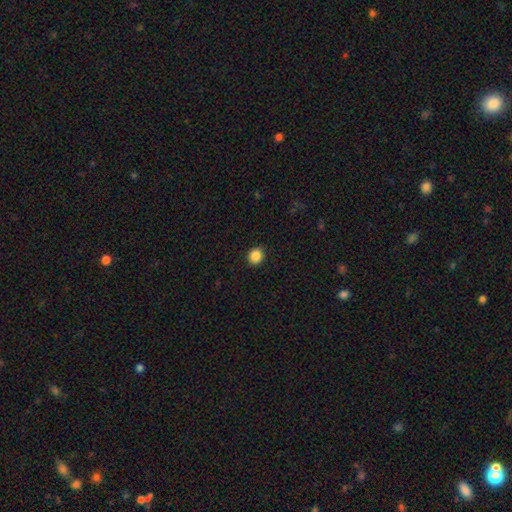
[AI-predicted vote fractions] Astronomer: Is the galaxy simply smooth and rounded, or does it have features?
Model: smooth — 87%.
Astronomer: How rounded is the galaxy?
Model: round — 81%.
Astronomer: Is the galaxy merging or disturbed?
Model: none — 91%.